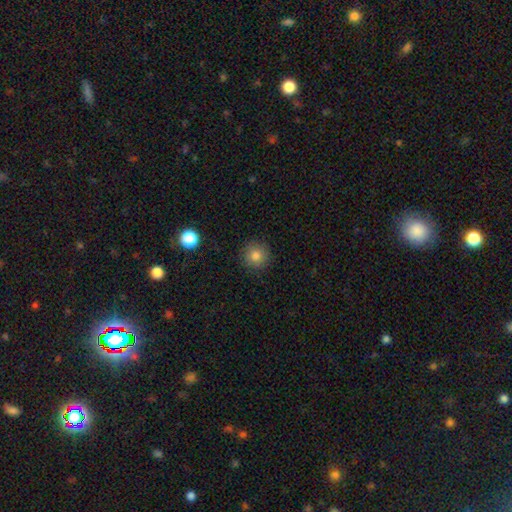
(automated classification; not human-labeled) smooth 83%, star or artifact 11%, featured or disk 6%. Down the decision tree: how rounded — round (95%); merging — none (90%).